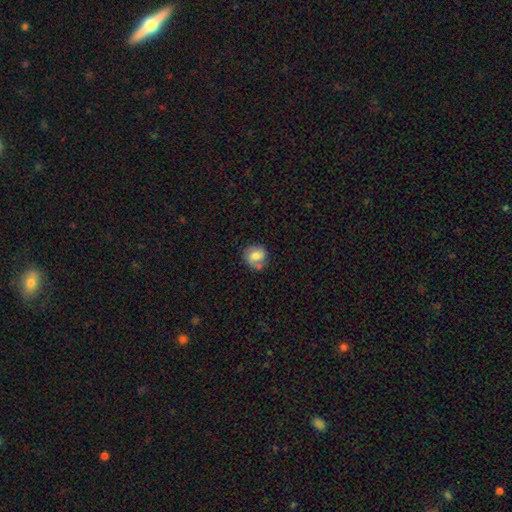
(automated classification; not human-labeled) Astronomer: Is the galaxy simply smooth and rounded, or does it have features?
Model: smooth — 71%.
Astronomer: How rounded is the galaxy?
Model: round — 82%.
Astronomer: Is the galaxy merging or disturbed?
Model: none — 63%.